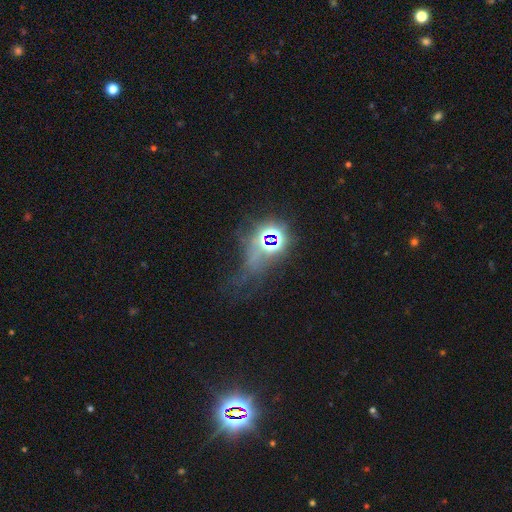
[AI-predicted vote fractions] This appears to be a star or artifact, not a galaxy (70%).